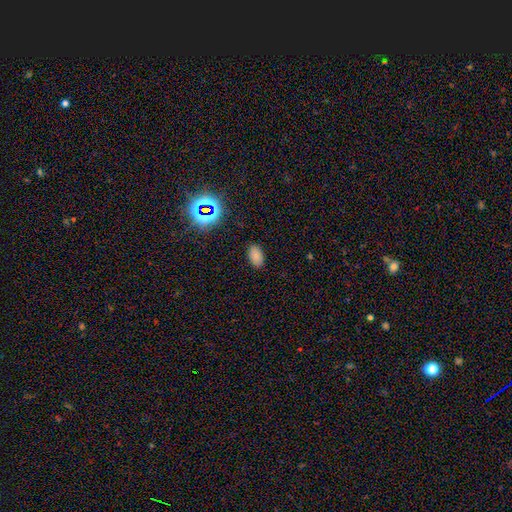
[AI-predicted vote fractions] The model was most divided on "smooth or featured": smooth: 79%, star or artifact: 16%, featured or disk: 5%. More confident: how rounded — in between (93%); merging — none (87%).